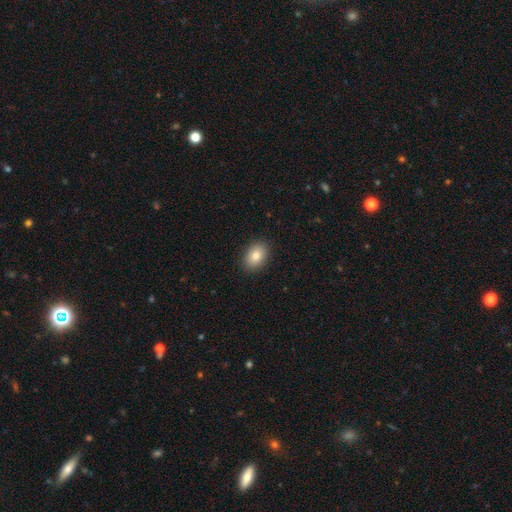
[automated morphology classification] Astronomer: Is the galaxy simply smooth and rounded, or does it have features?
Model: smooth — 84%.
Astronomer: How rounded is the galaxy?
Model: in between — 80%.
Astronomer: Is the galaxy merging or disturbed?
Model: none — 90%.